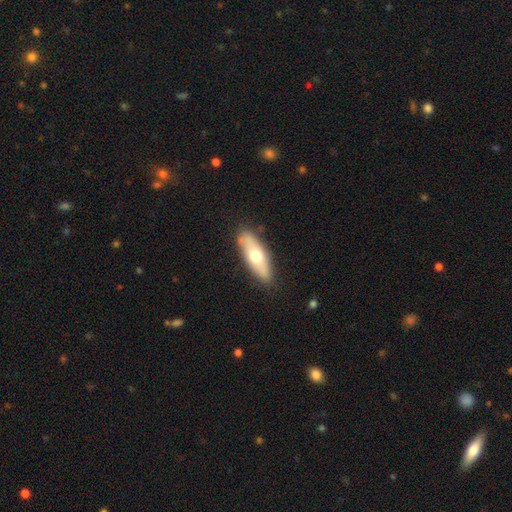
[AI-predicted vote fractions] Q: Smooth or featured?
A: smooth (58%); runner-up: featured or disk (37%)
Q: How rounded?
A: in between (63%); runner-up: cigar-shaped (35%)
Q: Merging?
A: none (84%); runner-up: minor disturbance (12%)